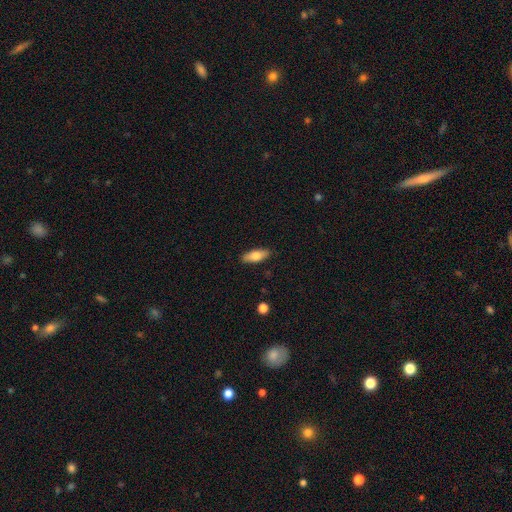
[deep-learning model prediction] This is likely a smooth galaxy (72%). How rounded: likely in between (69%). Merging: clearly none (88%).